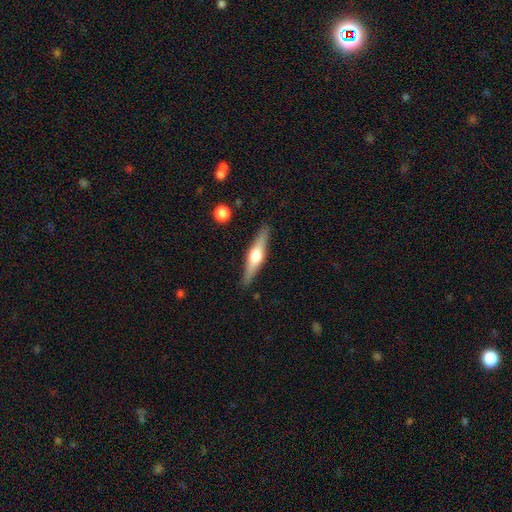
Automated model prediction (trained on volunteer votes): Morphology: type=featured or disk (65%); edge-on=yes (96%); edge-on bulge=rounded (93%); merging=none (88%).